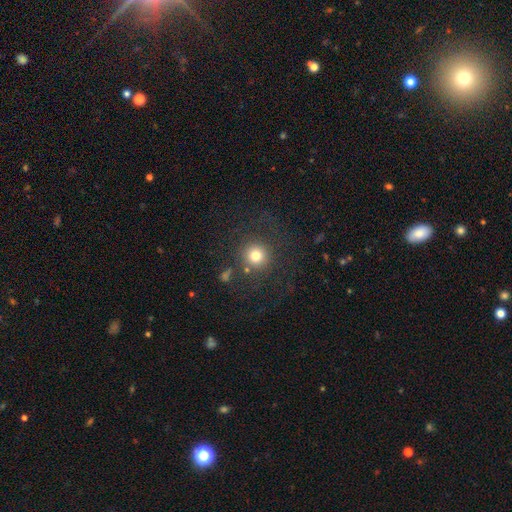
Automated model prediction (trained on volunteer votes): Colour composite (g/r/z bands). It shows a smooth galaxy with no disk features (79%) that is round (94%). Merging: none (80%).